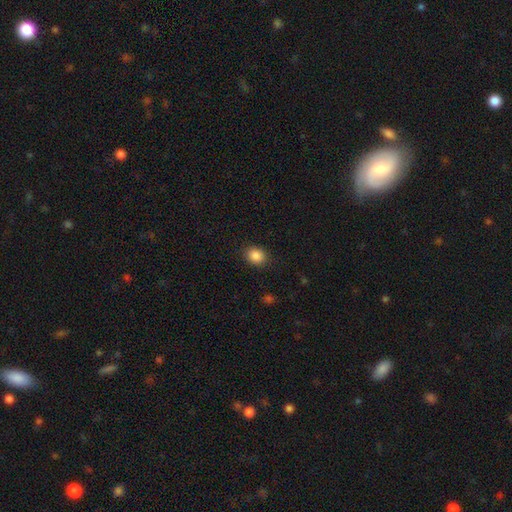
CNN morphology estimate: Smooth or featured? Predicted: smooth (p=0.87). How rounded? Predicted: round (p=0.57). Merging? Predicted: none (p=0.88).